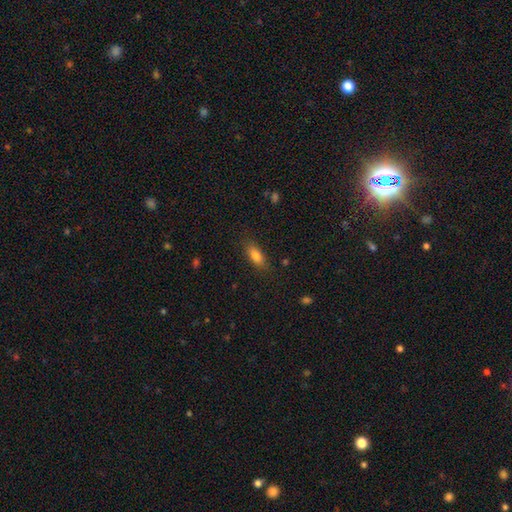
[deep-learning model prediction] smooth-or-featured: smooth: 82% | featured or disk: 10% | star or artifact: 8%
  how-rounded: in between: 81% | cigar-shaped: 16% | round: 4%
  merging: none: 82% | minor disturbance: 13% | major disturbance: 4% | merger: 1%